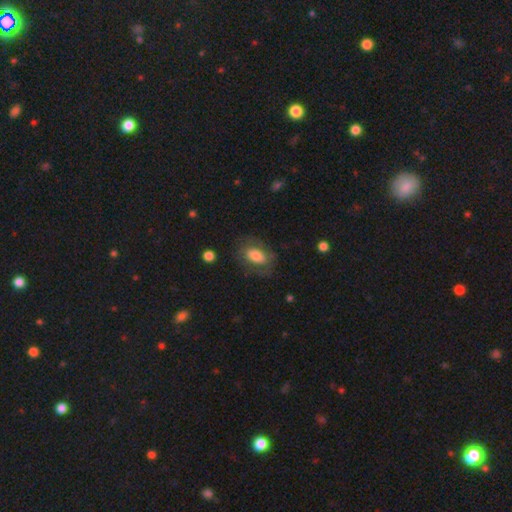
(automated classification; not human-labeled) smooth 63%, featured or disk 30%, star or artifact 7%. Down the decision tree: how rounded — in between (84%); merging — none (67%).